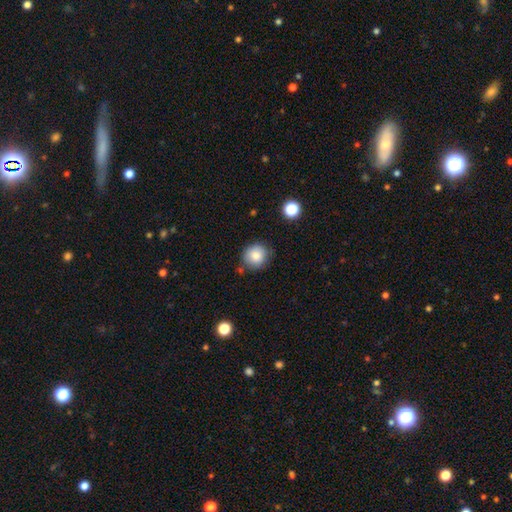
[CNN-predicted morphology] The model was most divided on "merging": none: 79%, minor disturbance: 13%, merger: 5%, major disturbance: 3%. More confident: how rounded — round (87%); smooth or featured — smooth (83%).